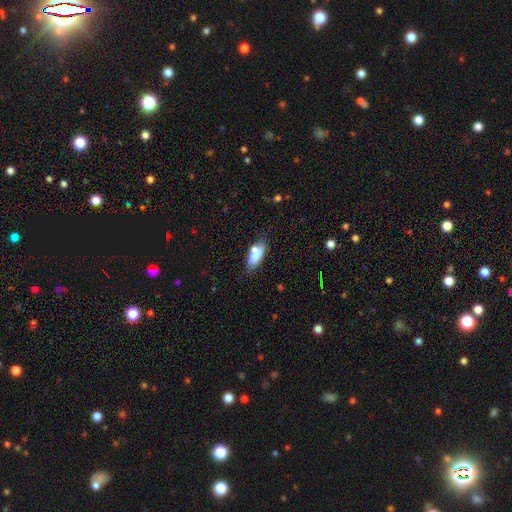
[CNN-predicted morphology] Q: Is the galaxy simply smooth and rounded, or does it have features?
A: smooth — 74%.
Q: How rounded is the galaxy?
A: in between — 70%.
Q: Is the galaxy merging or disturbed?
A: none — 57%.